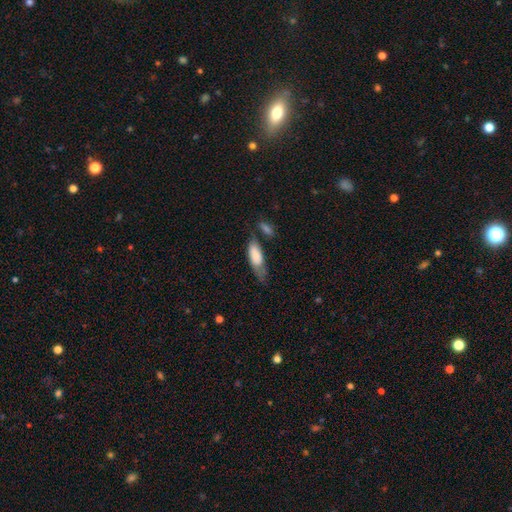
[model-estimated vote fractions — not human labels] This appears to be a smooth galaxy with no disk features (73%) that is in between round and cigar-shaped (66%). Merging: none (42%).